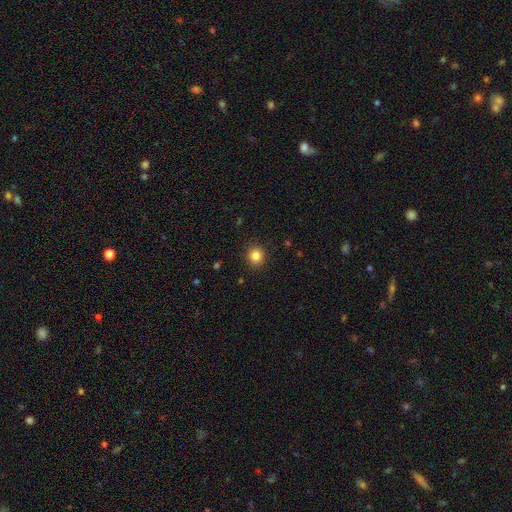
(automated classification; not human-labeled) This appears to be a smooth galaxy with no disk features (84%) that is round (87%). Merging: none (91%).